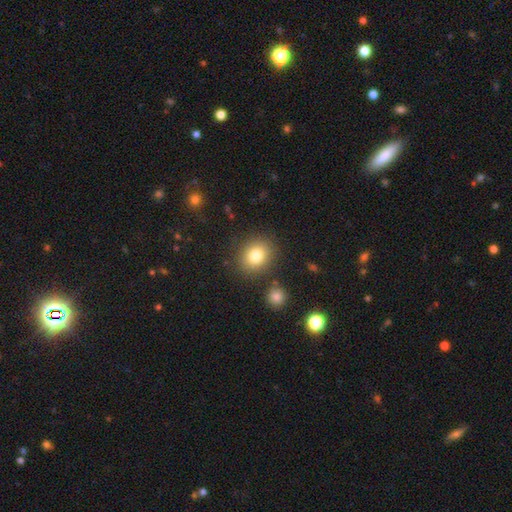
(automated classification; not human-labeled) The model was most divided on "how rounded": round: 68%, in between: 31%, cigar-shaped: 1%. More confident: merging — none (83%); smooth or featured — smooth (80%).